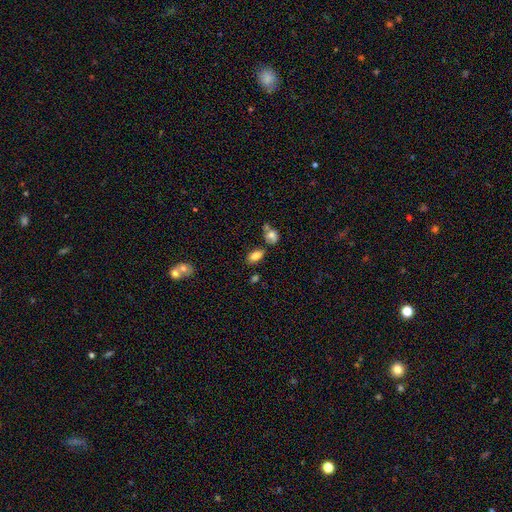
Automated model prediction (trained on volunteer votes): Q: Smooth or featured?
A: smooth (82%); runner-up: featured or disk (10%)
Q: How rounded?
A: in between (89%); runner-up: cigar-shaped (6%)
Q: Merging?
A: none (72%); runner-up: minor disturbance (13%)